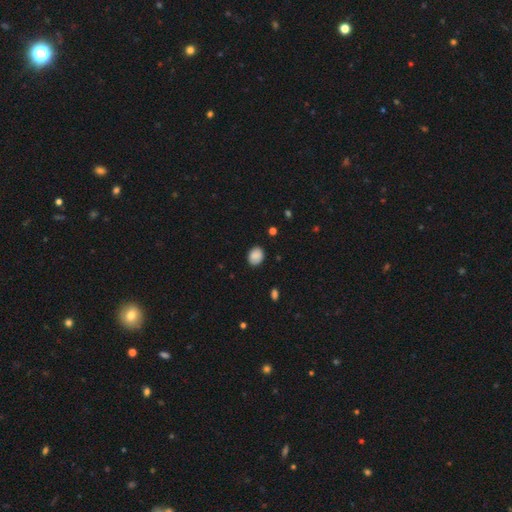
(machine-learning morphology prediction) This appears to be a smooth galaxy with no disk features (87%) that is in between round and cigar-shaped (51%). Merging: none (84%).